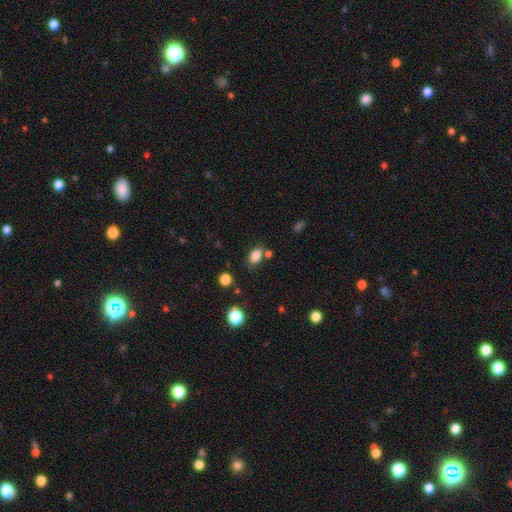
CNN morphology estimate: Overall: smooth (82%). How rounded: in between (82%). Merging: none (69%).